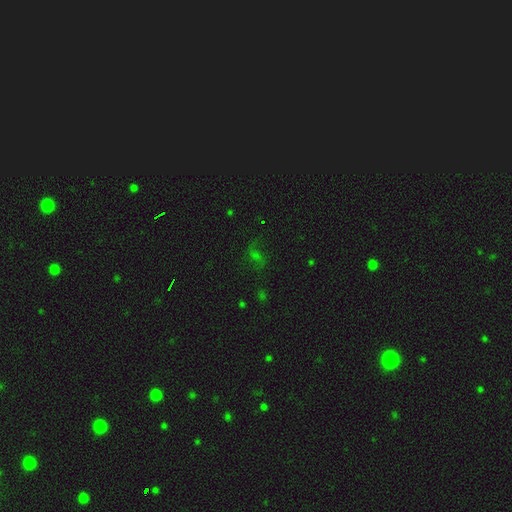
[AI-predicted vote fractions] Morphology: type=star or artifact (48%).